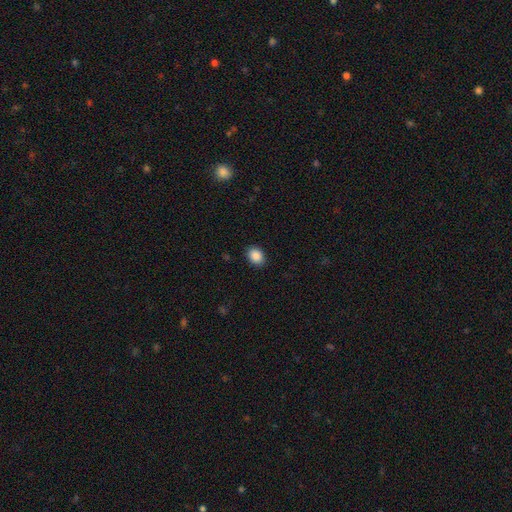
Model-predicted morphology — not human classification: Smooth or featured? Predicted: smooth (p=0.89). How rounded? Predicted: in between (p=0.59). Merging? Predicted: none (p=0.89).